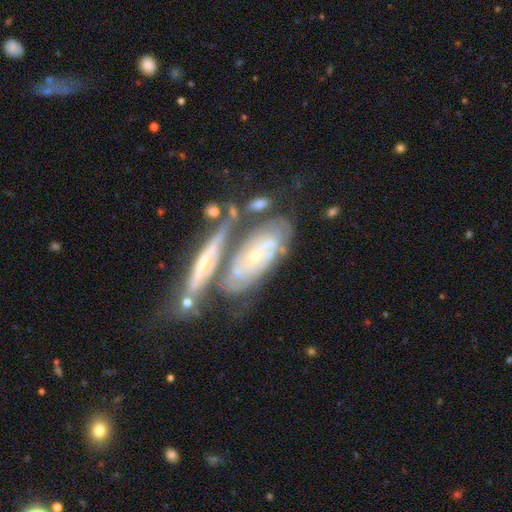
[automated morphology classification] This is likely a featured or disk galaxy (77%). It is clearly not viewed edge-on (82%). Bar: likely no (76%). Spiral arm pattern: clearly yes (81%). Spiral arm count: possibly can't tell (58%). Spiral winding: likely tight (75%). Central bulge: likely small (74%). Merging: marginally none (41%).